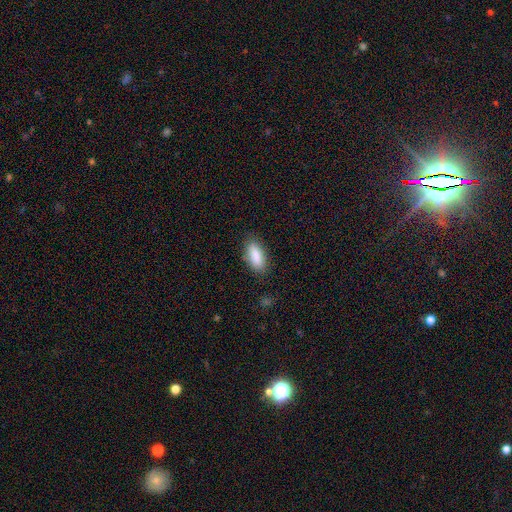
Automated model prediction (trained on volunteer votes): Smooth or featured: smooth — 87% (star or artifact — 7%)
How rounded: in between — 80% (cigar-shaped — 18%)
Merging: none — 84% (minor disturbance — 12%)